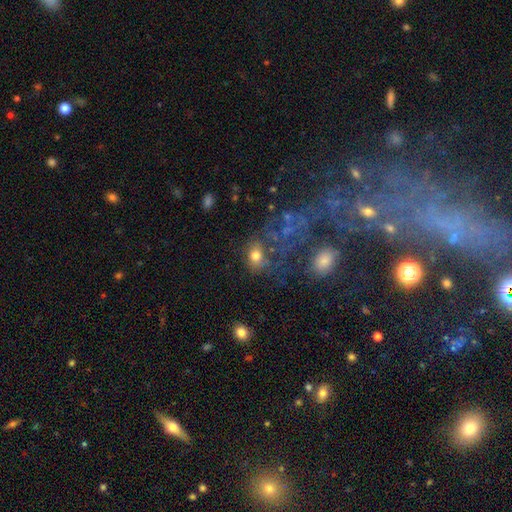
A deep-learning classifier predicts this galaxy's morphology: This appears to be a smooth galaxy with no disk features (63%) that is in between round and cigar-shaped (51%). Merging: none (50%).